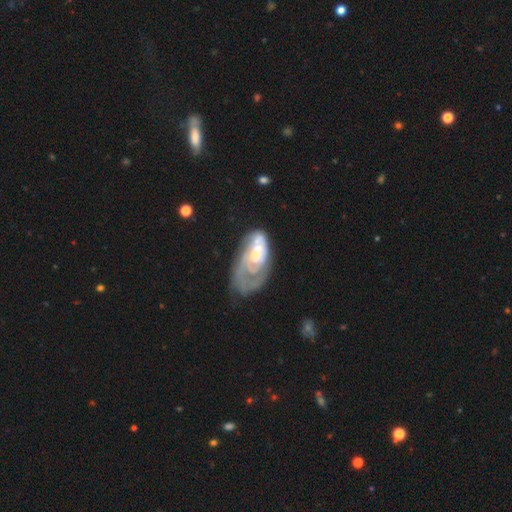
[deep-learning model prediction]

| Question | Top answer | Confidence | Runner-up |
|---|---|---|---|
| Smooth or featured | featured or disk | 70% | smooth (24%) |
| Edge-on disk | no | 95% | yes (5%) |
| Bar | no | 63% | weak (29%) |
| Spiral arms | yes | 73% | no (27%) |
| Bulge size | moderate | 39% | small (32%) |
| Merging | major disturbance | 35% | none (33%) |